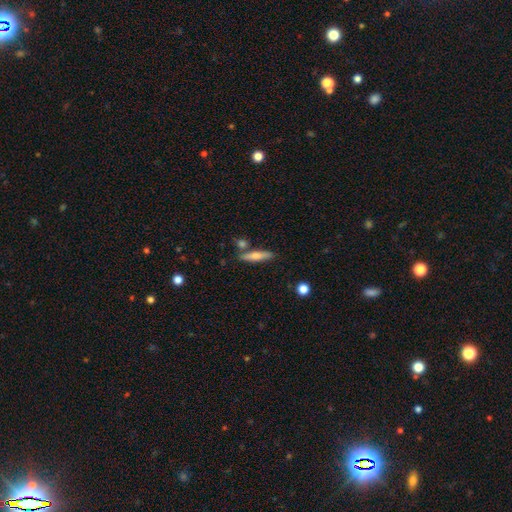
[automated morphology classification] Q: Smooth or featured?
A: smooth (58%); runner-up: featured or disk (35%)
Q: How rounded?
A: cigar-shaped (83%); runner-up: in between (14%)
Q: Merging?
A: none (76%); runner-up: minor disturbance (11%)